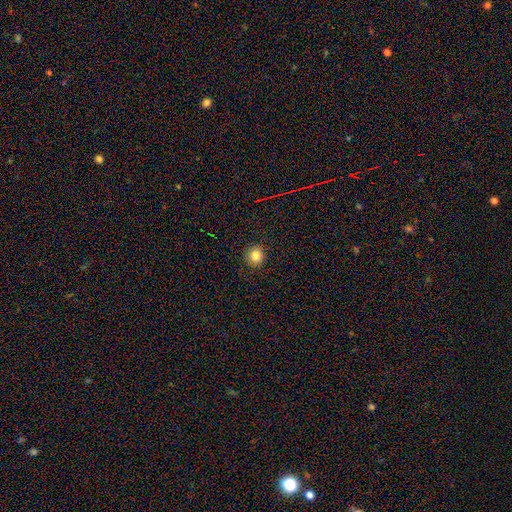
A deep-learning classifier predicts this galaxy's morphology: smooth-or-featured: smooth: 82% | star or artifact: 12% | featured or disk: 5%
  how-rounded: round: 94% | in between: 5% | cigar-shaped: 1%
  merging: none: 92% | minor disturbance: 5% | major disturbance: 2% | merger: 1%